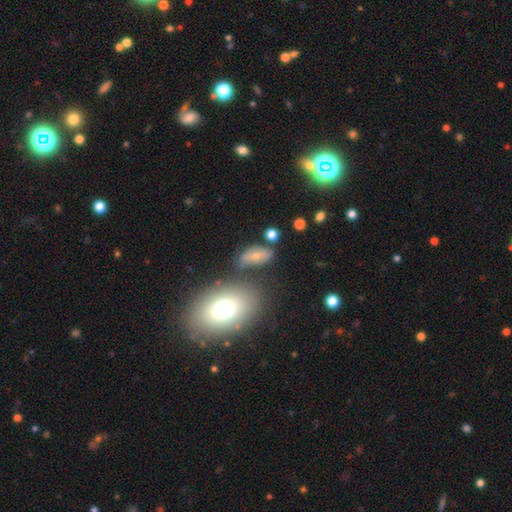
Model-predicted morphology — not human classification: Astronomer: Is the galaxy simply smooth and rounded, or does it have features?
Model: smooth — 53% (runner-up: featured or disk, 34%).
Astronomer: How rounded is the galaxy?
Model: in between — 84%.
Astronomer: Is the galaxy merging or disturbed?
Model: none — 56%.